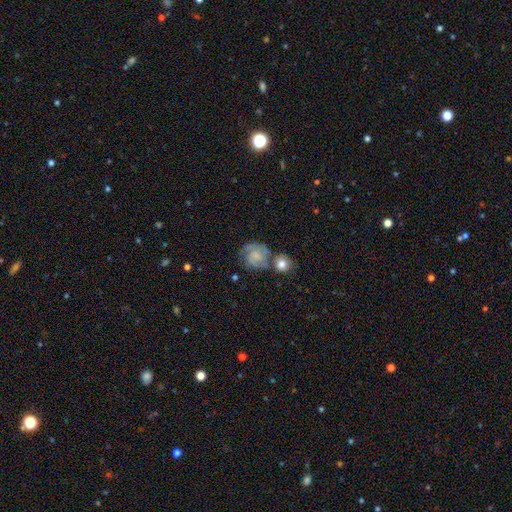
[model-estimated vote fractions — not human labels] Smooth or featured?
  - featured or disk: 60% *
  - smooth: 32%
  - star or artifact: 8%
Edge-on disk?
  - no: 98% *
  - yes: 2%
Bar?
  - no: 73% *
  - weak: 23%
  - strong: 4%
Spiral arms?
  - yes: 88% *
  - no: 12%
Spiral winding?
  - tight: 53% *
  - medium: 36%
  - loose: 11%
Spiral arm count?
  - 2: 44% *
  - can't tell: 24%
  - 3: 16%
  - 1: 9%
  - 4: 4%
  - more than 4: 3%
Bulge size?
  - small: 35% *
  - none: 34%
  - moderate: 23%
  - large: 6%
  - dominant: 2%
Merging?
  - none: 51% *
  - minor disturbance: 19%
  - merger: 19%
  - major disturbance: 12%